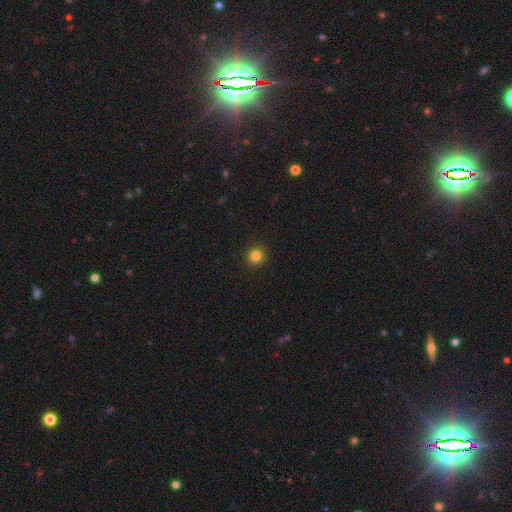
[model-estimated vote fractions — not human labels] Smooth or featured: smooth — 83% (star or artifact — 13%)
How rounded: round — 93% (in between — 6%)
Merging: none — 93% (minor disturbance — 5%)